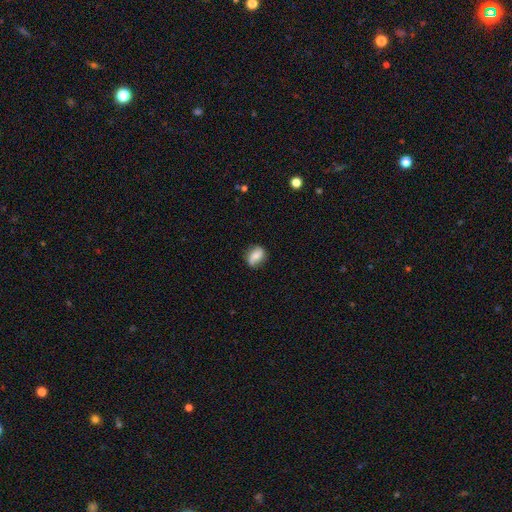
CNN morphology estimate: Q: Smooth or featured?
A: smooth (63%); runner-up: featured or disk (29%)
Q: How rounded?
A: in between (67%); runner-up: round (30%)
Q: Merging?
A: none (74%); runner-up: minor disturbance (20%)